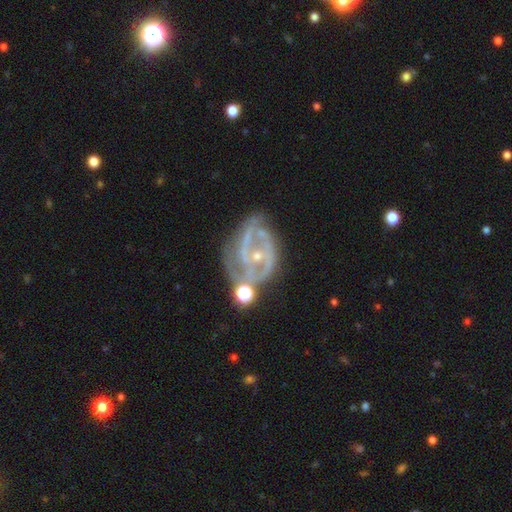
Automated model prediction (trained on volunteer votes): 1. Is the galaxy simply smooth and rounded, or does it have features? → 87% featured or disk, 7% star or artifact, 6% smooth.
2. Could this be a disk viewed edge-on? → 97% no, 3% yes.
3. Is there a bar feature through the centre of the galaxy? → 45% no, 35% weak, 20% strong.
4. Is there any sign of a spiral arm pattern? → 92% yes, 8% no.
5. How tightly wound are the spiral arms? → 45% medium, 42% tight, 13% loose.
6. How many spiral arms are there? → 52% 2, 18% can't tell, 18% 3, 5% 1, 4% 4, 3% more than 4.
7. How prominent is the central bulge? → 74% small, 22% moderate, 2% none, 1% large, 1% dominant.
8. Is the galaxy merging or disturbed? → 47% none, 24% minor disturbance, 18% major disturbance, 12% merger.